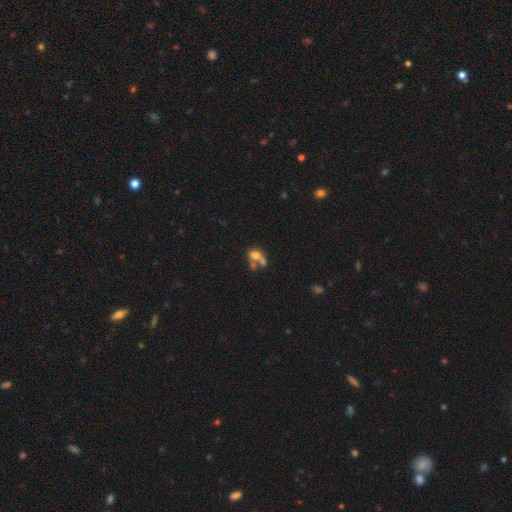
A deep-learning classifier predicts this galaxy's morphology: smooth_or_featured: smooth (p=0.63) [alt: featured or disk p=0.24]
how_rounded: in between (p=0.59) [alt: round p=0.38]
merging: merger (p=0.56) [alt: none p=0.24]